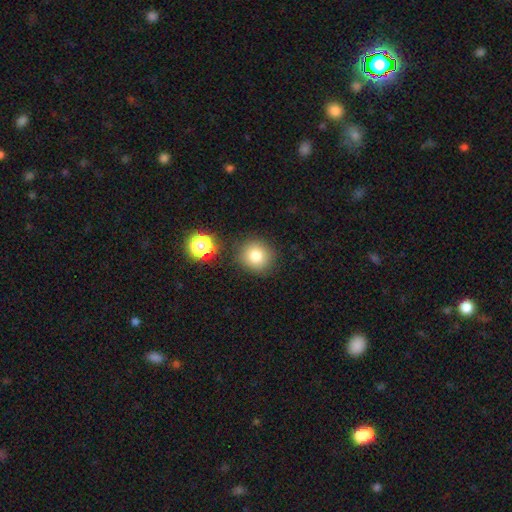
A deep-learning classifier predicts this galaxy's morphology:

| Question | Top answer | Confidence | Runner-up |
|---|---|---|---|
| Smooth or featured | smooth | 80% | star or artifact (13%) |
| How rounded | round | 89% | in between (10%) |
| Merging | none | 84% | minor disturbance (9%) |